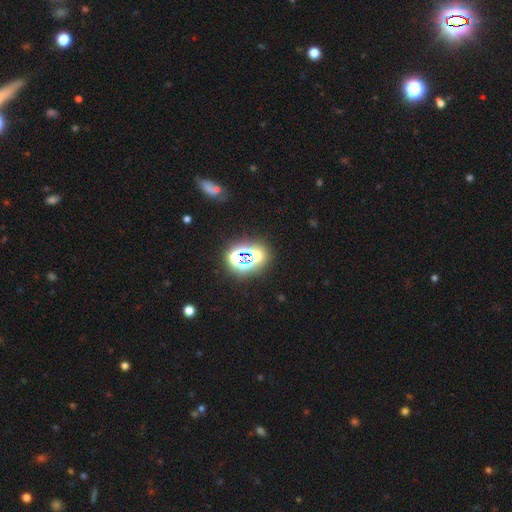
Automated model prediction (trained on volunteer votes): Overall: star or artifact (58%; smooth 32%).